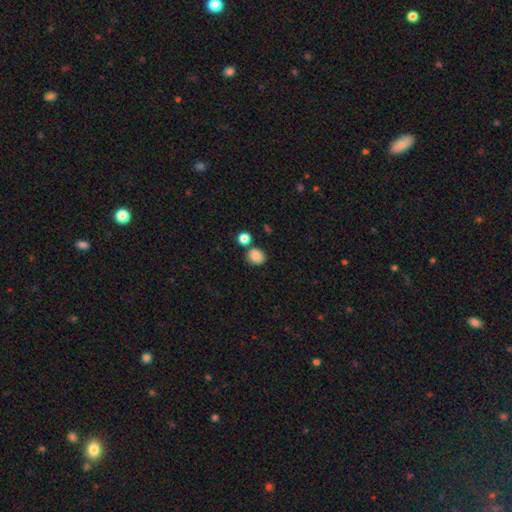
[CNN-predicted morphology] This is clearly a smooth galaxy (86%). How rounded: likely round (70%). Merging: likely none (73%).